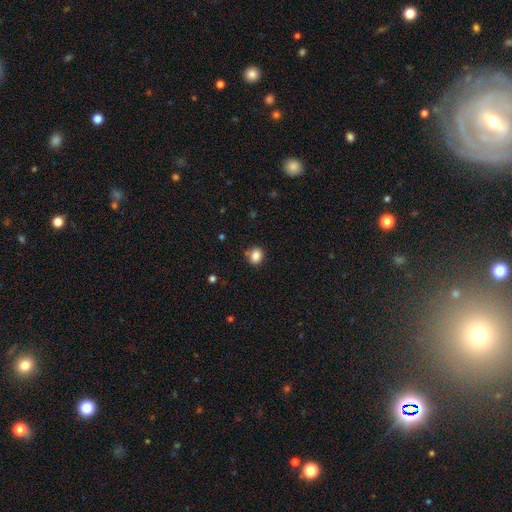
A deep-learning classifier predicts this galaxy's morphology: The model was most divided on "how rounded": round: 56%, in between: 43%, cigar-shaped: 1%. More confident: smooth or featured — smooth (86%); merging — none (79%).